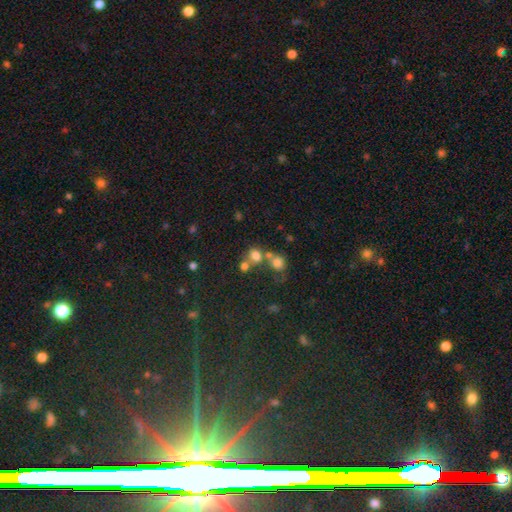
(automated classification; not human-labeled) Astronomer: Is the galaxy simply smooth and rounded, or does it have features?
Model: smooth — 70%.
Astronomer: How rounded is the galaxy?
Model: round — 67%.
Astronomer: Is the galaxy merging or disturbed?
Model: none — 43% (runner-up: merger, 41%).